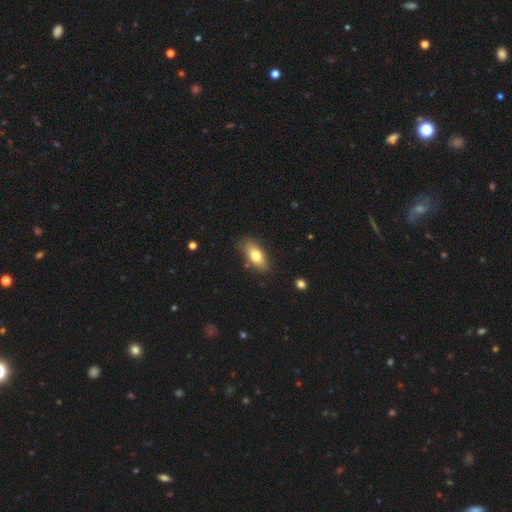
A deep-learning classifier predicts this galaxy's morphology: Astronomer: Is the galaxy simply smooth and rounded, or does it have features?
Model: smooth — 75%.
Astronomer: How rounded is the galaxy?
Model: in between — 86%.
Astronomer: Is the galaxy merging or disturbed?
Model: none — 80%.